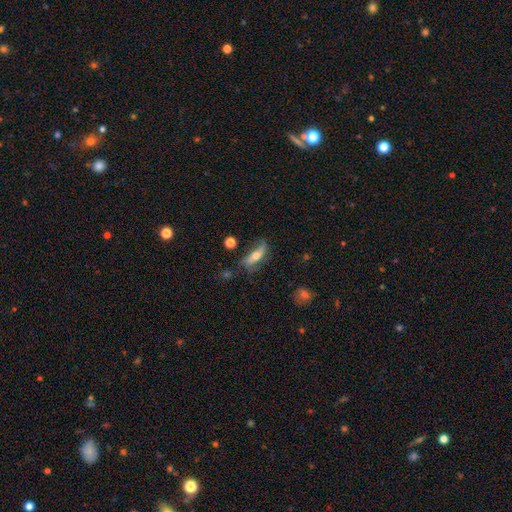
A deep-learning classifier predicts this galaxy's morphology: Smooth or featured? smooth (47%)
Merging? none (50%)